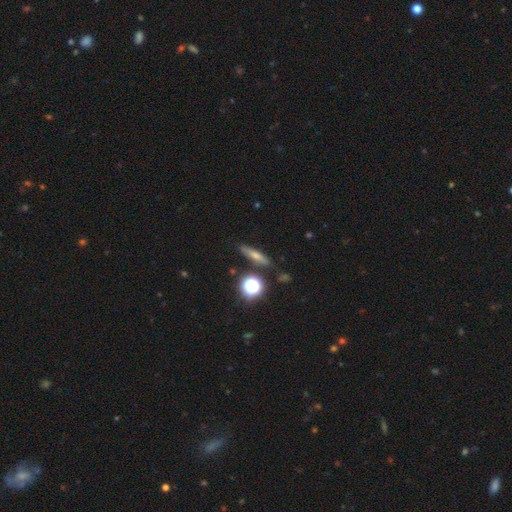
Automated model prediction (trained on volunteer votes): Q: Smooth or featured?
A: smooth (40%); runner-up: featured or disk (38%)
Q: Merging?
A: none (85%); runner-up: minor disturbance (9%)